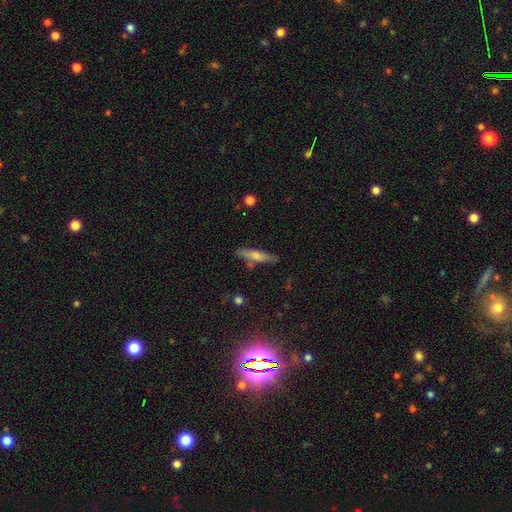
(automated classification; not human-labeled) Morphology: type=smooth (55%); roundness=cigar-shaped (85%); merging=none (78%).